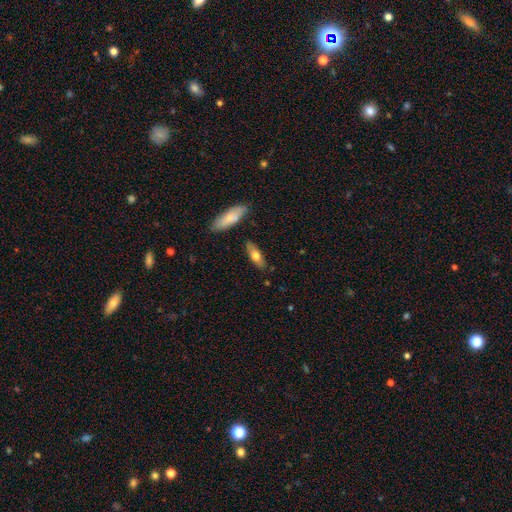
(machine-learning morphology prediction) smooth 66%, featured or disk 27%, star or artifact 6%. Down the decision tree: how rounded — in between (59%); merging — none (81%).